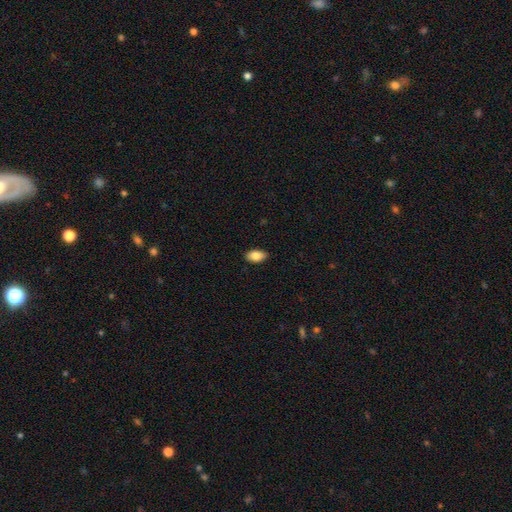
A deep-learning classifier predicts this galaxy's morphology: A smooth galaxy with no disk features (85%) that is in between round and cigar-shaped (92%). Merging: none (89%).